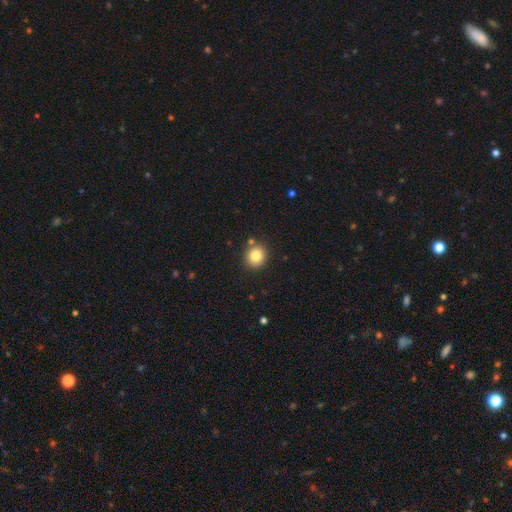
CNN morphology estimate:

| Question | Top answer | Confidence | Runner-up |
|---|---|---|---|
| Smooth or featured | smooth | 83% | star or artifact (11%) |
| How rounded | round | 85% | in between (15%) |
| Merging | none | 84% | minor disturbance (9%) |